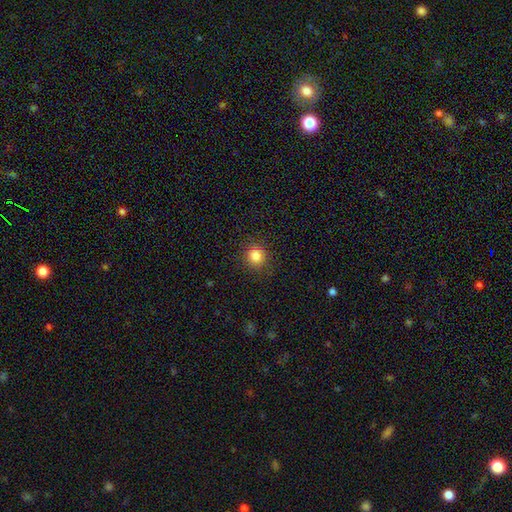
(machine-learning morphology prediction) Smooth or featured?
  - smooth: 84% *
  - star or artifact: 12%
  - featured or disk: 5%
How rounded?
  - round: 92% *
  - in between: 7%
  - cigar-shaped: 1%
Merging?
  - none: 90% *
  - minor disturbance: 6%
  - major disturbance: 2%
  - merger: 1%